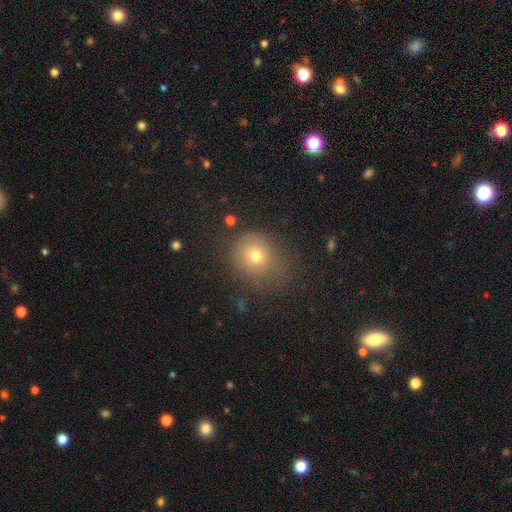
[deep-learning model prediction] Smooth or featured?
  - smooth: 71% *
  - star or artifact: 16%
  - featured or disk: 13%
How rounded?
  - round: 75% *
  - in between: 24%
  - cigar-shaped: 1%
Merging?
  - none: 64% *
  - minor disturbance: 21%
  - major disturbance: 13%
  - merger: 3%